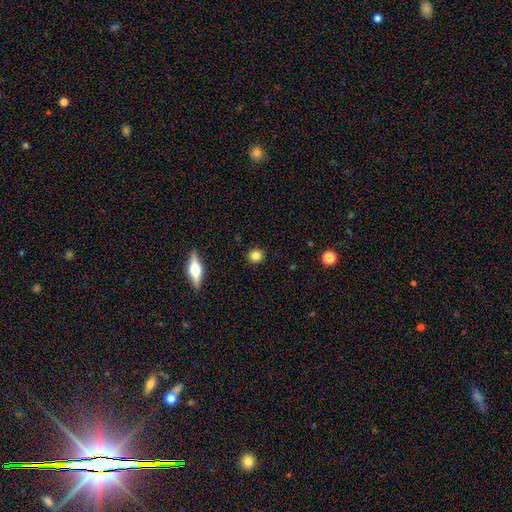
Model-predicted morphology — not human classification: smooth_or_featured: smooth (p=0.82) [alt: star or artifact p=0.10]
how_rounded: round (p=0.82) [alt: in between p=0.16]
merging: none (p=0.91) [alt: minor disturbance p=0.06]